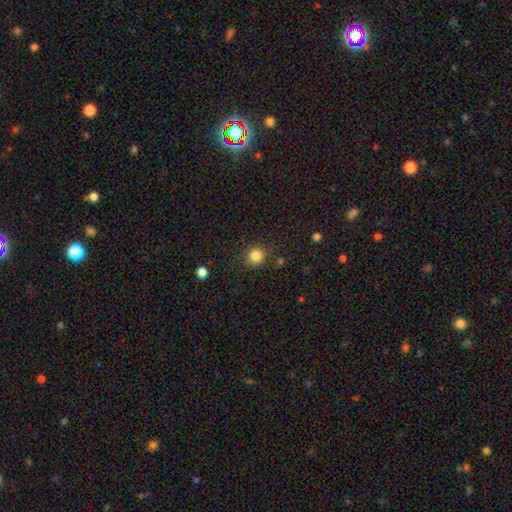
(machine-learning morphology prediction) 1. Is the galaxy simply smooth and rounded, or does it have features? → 84% smooth, 12% star or artifact, 4% featured or disk.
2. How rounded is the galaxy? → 90% round, 9% in between, 1% cigar-shaped.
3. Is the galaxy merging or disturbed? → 86% none, 9% minor disturbance, 3% major disturbance, 2% merger.